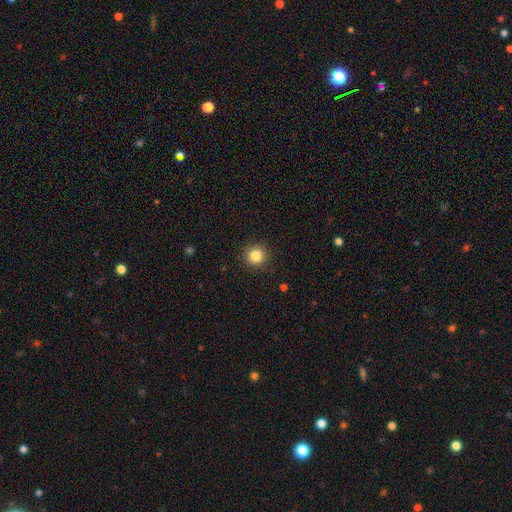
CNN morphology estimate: This appears to be a smooth galaxy with no disk features (84%) that is round (94%). Merging: none (91%).